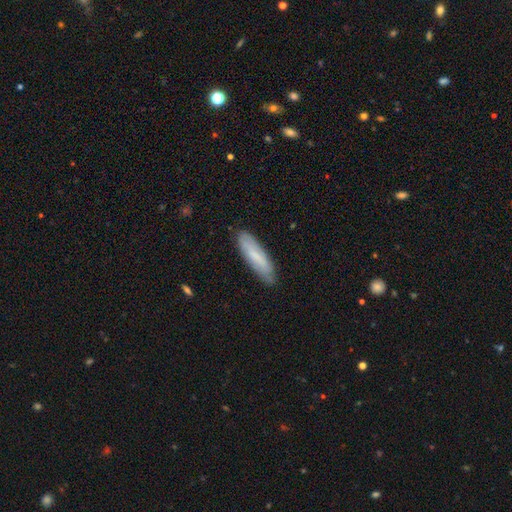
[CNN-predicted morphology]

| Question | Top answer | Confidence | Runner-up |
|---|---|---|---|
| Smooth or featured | smooth | 66% | featured or disk (27%) |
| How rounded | cigar-shaped | 63% | in between (36%) |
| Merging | none | 81% | minor disturbance (15%) |